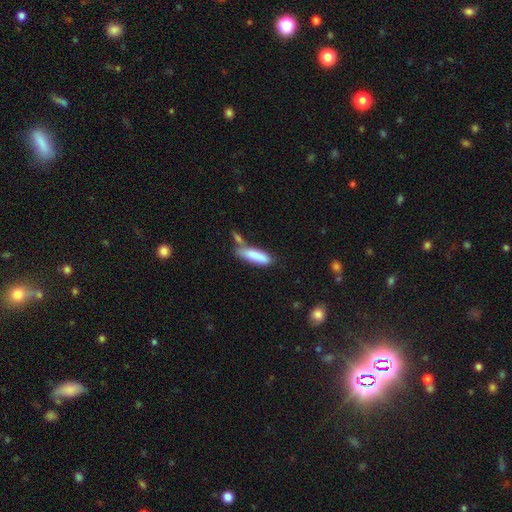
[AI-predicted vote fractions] Overall: smooth (84%). How rounded: cigar-shaped (57%; in between 41%). Merging: none (46%; merger 26%).